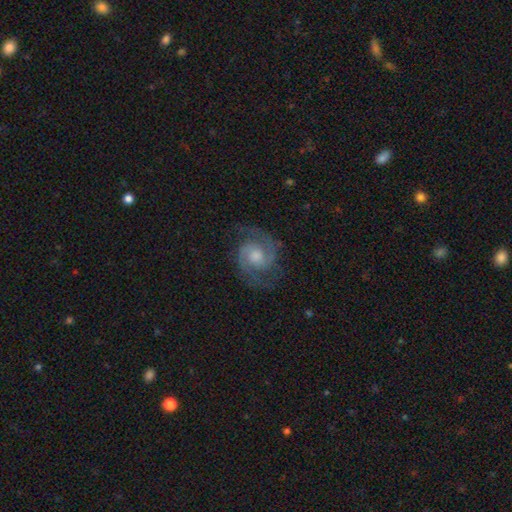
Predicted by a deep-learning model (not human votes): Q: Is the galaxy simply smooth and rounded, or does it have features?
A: featured or disk — 89%.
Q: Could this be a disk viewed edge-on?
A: no — 98%.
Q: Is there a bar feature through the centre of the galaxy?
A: no — 60%.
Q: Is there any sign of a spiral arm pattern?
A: yes — 98%.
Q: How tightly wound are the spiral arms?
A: medium — 52%.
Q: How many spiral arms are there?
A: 2 — 92%.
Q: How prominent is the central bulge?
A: moderate — 54%.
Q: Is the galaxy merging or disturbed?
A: none — 80%.